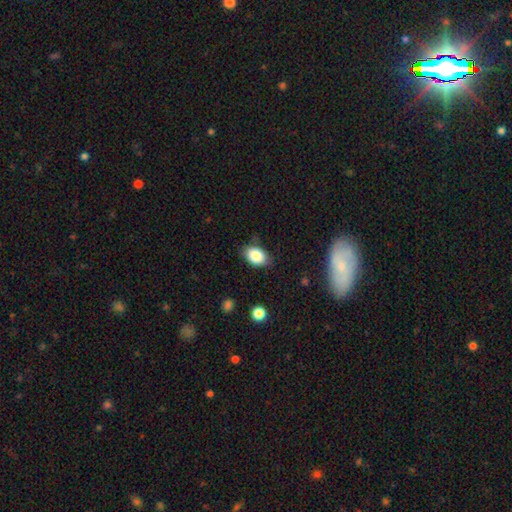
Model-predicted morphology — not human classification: type=smooth (85%); roundness=in between (82%); merging=none (78%).